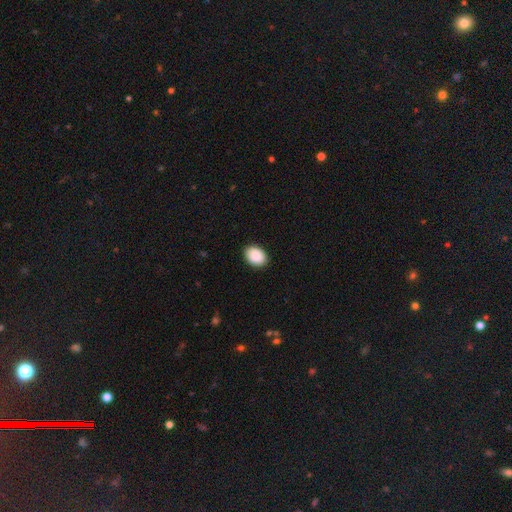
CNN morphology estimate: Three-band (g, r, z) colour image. It shows a smooth galaxy with no disk features (91%) that is in between round and cigar-shaped (77%). Merging: none (90%).